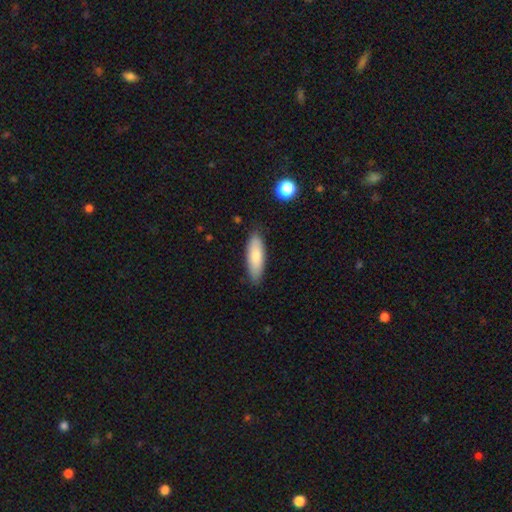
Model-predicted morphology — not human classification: A smooth galaxy with no disk features (80%) that is in between round and cigar-shaped (55%). Merging: none (83%).